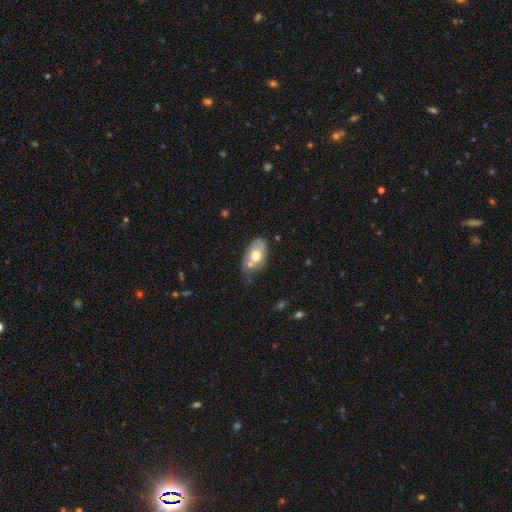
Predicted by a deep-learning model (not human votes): Overall: smooth (57%; featured or disk 37%). How rounded: in between (90%). Merging: none (44%; minor disturbance 30%).